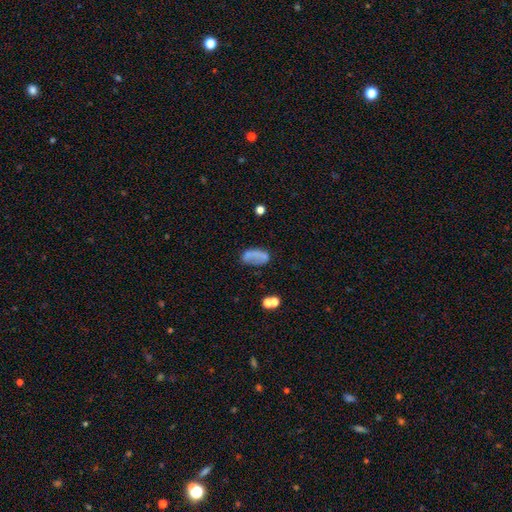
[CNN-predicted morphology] type=smooth (61%); roundness=in between (89%); merging=none (42%).